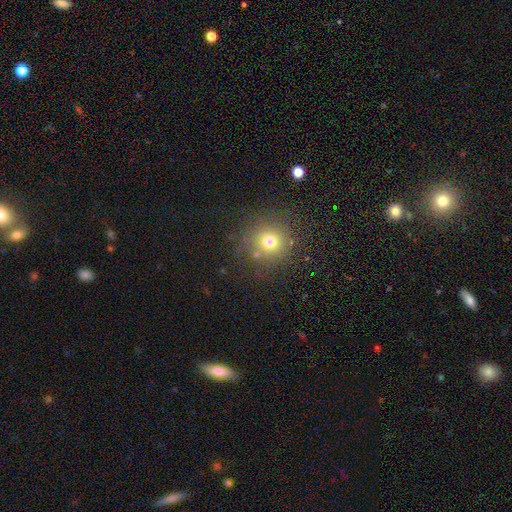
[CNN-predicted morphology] Smooth or featured? Predicted: smooth (p=0.55). How rounded? Predicted: round (p=0.92). Merging? Predicted: none (p=0.89).